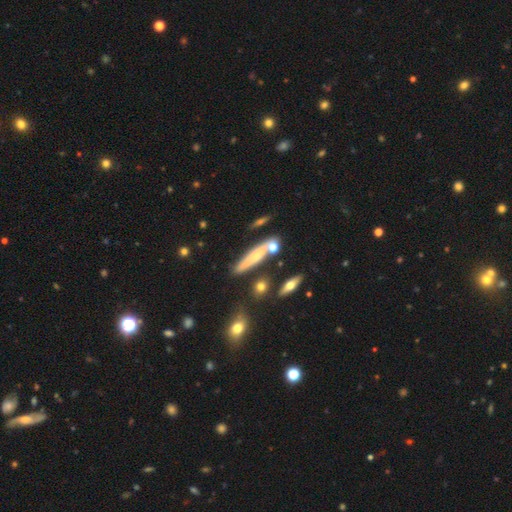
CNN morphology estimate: Q: Smooth or featured?
A: smooth (53%); runner-up: featured or disk (37%)
Q: How rounded?
A: cigar-shaped (83%); runner-up: in between (13%)
Q: Merging?
A: none (72%); runner-up: minor disturbance (14%)